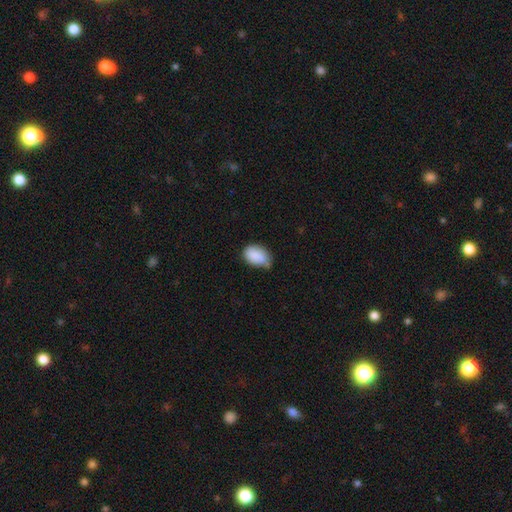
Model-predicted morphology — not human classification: Q: Smooth or featured?
A: smooth (87%); runner-up: star or artifact (7%)
Q: How rounded?
A: in between (86%); runner-up: round (13%)
Q: Merging?
A: minor disturbance (46%); runner-up: none (44%)